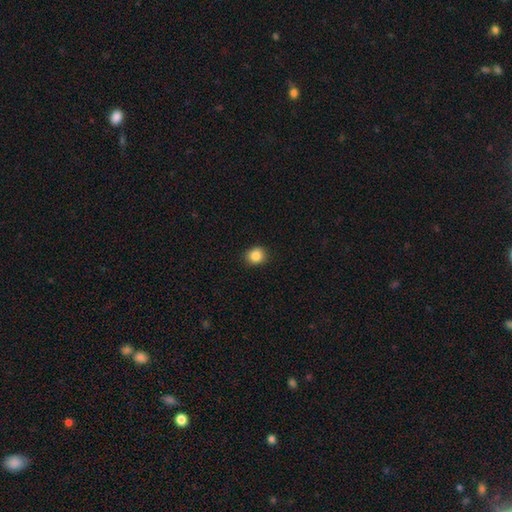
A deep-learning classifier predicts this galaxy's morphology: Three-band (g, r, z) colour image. It shows a smooth galaxy with no disk features (86%) that is round (79%). Merging: none (90%).